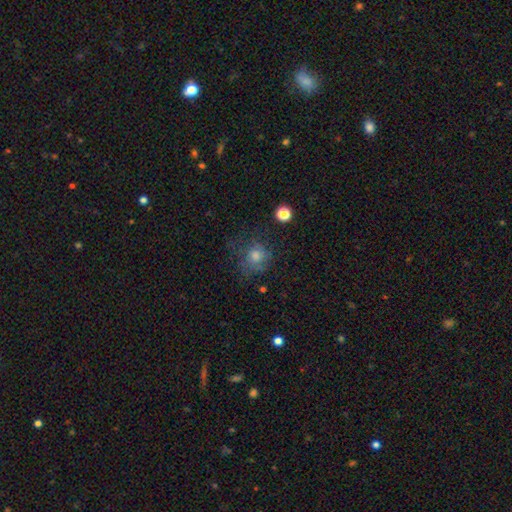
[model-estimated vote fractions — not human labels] The model was most divided on "merging": none: 63%, minor disturbance: 20%, major disturbance: 15%, merger: 2%. More confident: how rounded — round (82%); smooth or featured — smooth (66%).